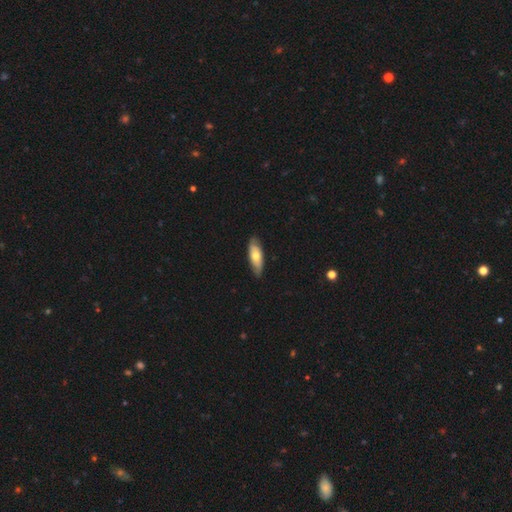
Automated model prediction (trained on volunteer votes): A smooth galaxy with no disk features (60%) that is in between round and cigar-shaped (66%).

Vote fractions:
- Smooth or featured? smooth: 60% / featured or disk: 34% / star or artifact: 5%
- How rounded? in between: 66% / cigar-shaped: 31% / round: 2%
- Merging? none: 83% / minor disturbance: 14% / major disturbance: 2% / merger: 1%